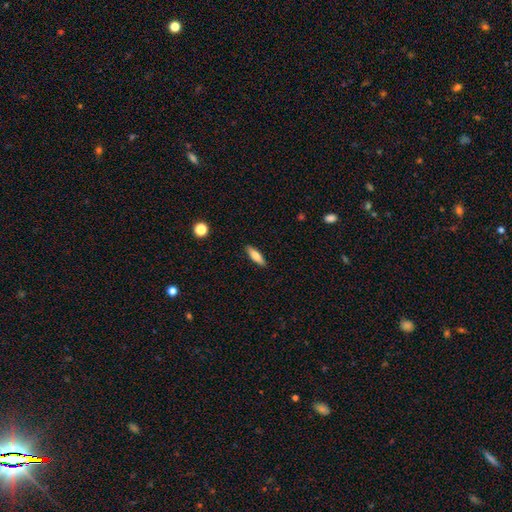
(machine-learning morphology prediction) smooth 71%, featured or disk 23%, star or artifact 7%. Down the decision tree: how rounded — cigar-shaped (56%); merging — none (89%).